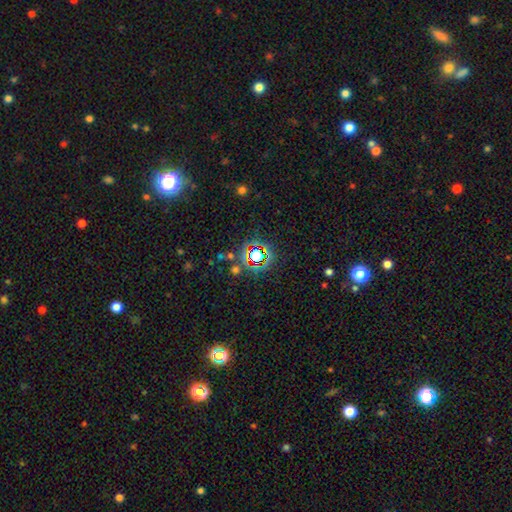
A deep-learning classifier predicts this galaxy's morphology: star or artifact 68%, smooth 20%, featured or disk 11%.